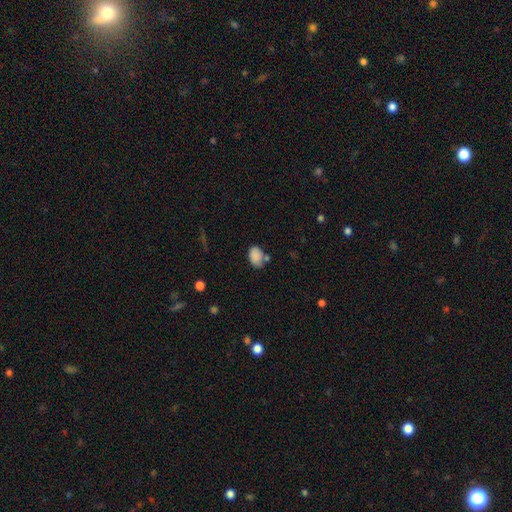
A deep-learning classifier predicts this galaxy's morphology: smooth 86%, star or artifact 9%, featured or disk 6%. Down the decision tree: how rounded — in between (84%); merging — none (59%).